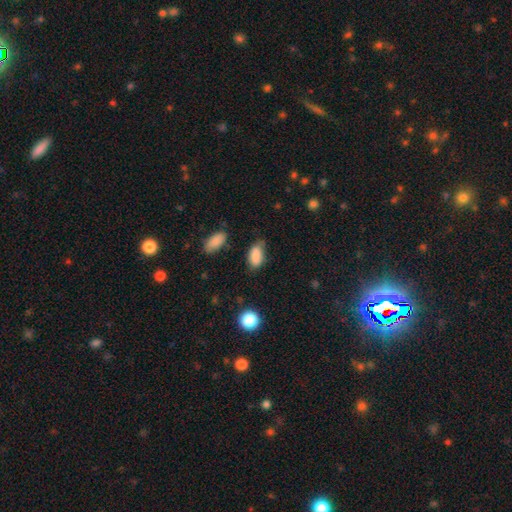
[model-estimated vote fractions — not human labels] Overall: smooth (86%). How rounded: in between (92%). Merging: none (59%; minor disturbance 31%).